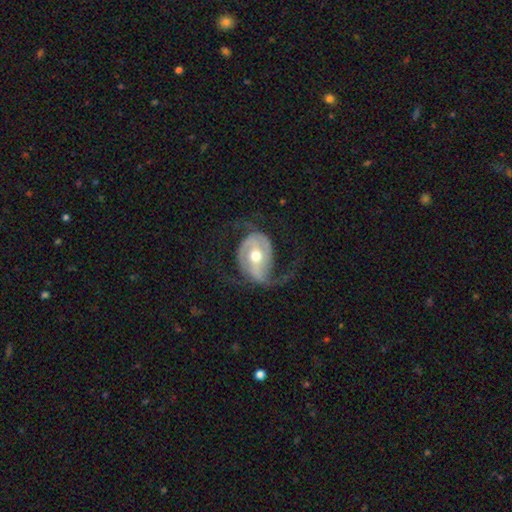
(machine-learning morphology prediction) The model was most divided on "bar": no: 37%, weak: 36%, strong: 27%. Remaining: edge-on disk — no (97%); spiral arms — yes (91%); smooth or featured — featured or disk (83%); bulge size — moderate (75%); spiral arm count — 2 (74%); merging — none (51%); spiral winding — loose (44%).